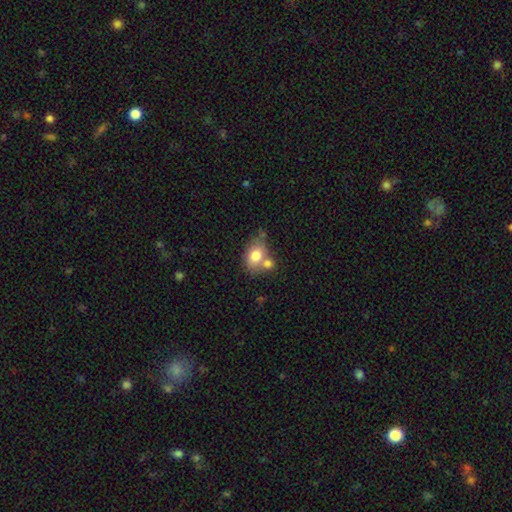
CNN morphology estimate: A smooth galaxy with no disk features (75%) that is in between round and cigar-shaped (72%). Merging: none (41%).